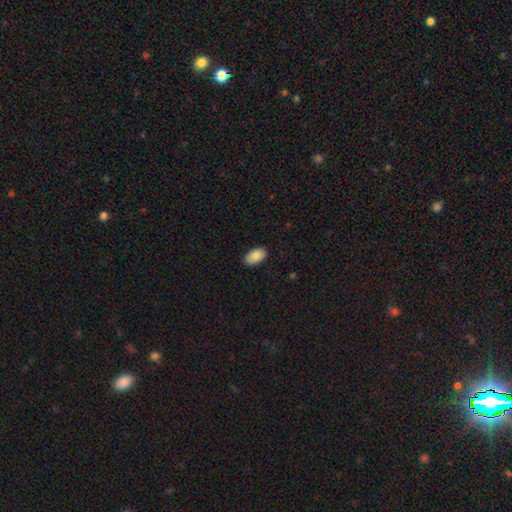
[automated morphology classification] type=smooth (89%); roundness=in between (94%); merging=none (88%).